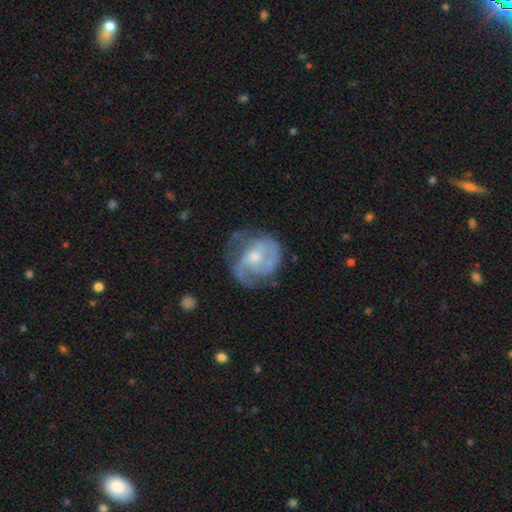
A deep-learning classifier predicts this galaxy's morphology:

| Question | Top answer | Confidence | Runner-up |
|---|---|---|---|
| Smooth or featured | featured or disk | 77% | smooth (16%) |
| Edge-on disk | no | 98% | yes (2%) |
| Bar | no | 61% | weak (33%) |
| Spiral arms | yes | 88% | no (12%) |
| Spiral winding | medium | 45% | tight (35%) |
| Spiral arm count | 2 | 41% | can't tell (24%) |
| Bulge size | small | 47% | moderate (44%) |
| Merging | none | 60% | minor disturbance (23%) |